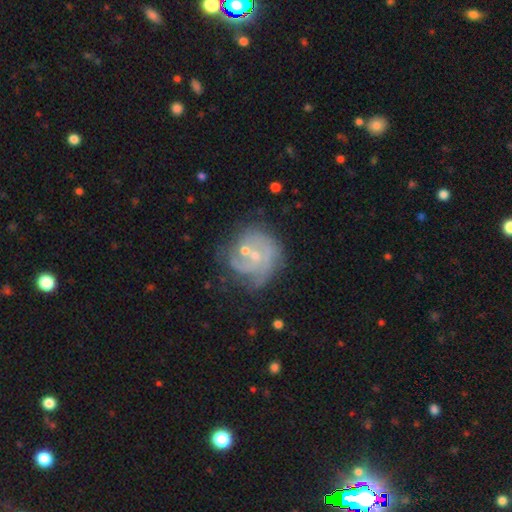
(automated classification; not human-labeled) Q: Smooth or featured?
A: featured or disk (74%); runner-up: smooth (18%)
Q: Edge-on disk?
A: no (98%); runner-up: yes (2%)
Q: Bar?
A: no (68%); runner-up: weak (27%)
Q: Spiral arms?
A: yes (82%); runner-up: no (18%)
Q: Spiral winding?
A: tight (51%); runner-up: medium (34%)
Q: Spiral arm count?
A: can't tell (35%); runner-up: 2 (25%)
Q: Bulge size?
A: small (64%); runner-up: moderate (29%)
Q: Merging?
A: none (49%); runner-up: minor disturbance (20%)